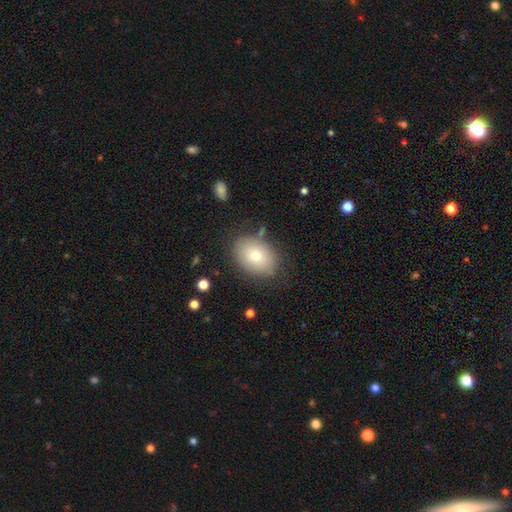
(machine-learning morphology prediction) A smooth galaxy with no disk features (74%) that is in between round and cigar-shaped (76%). Merging: none (80%).